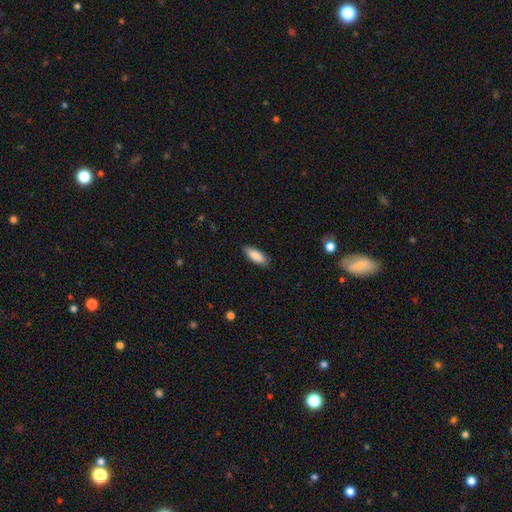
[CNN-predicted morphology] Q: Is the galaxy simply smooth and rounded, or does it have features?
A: smooth — 88%.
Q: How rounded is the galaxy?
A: in between — 74%.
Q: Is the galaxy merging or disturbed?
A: none — 85%.